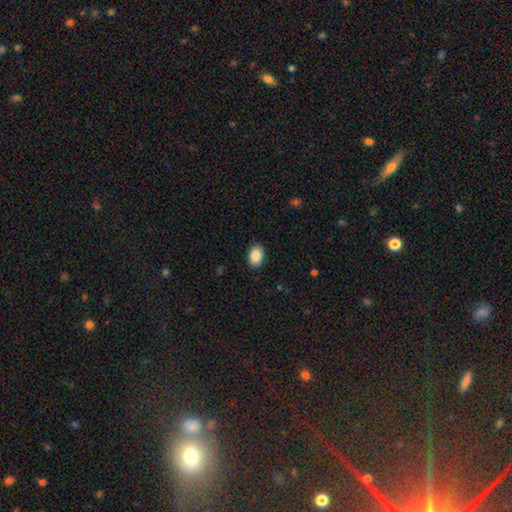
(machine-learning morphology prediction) The model was most divided on "how rounded": in between: 88%, round: 11%, cigar-shaped: 1%. More confident: merging — none (89%); smooth or featured — smooth (89%).